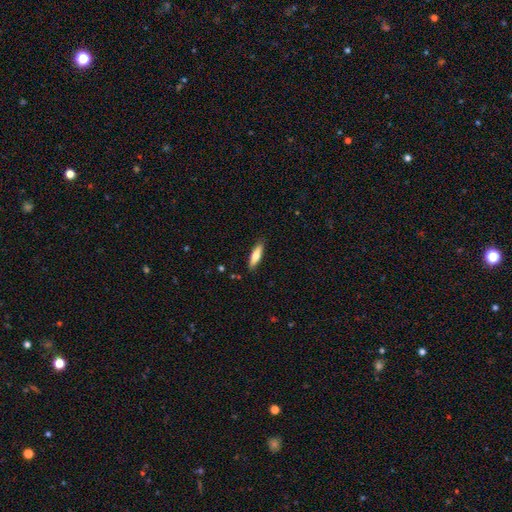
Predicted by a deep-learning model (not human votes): Smooth or featured? Predicted: smooth (p=0.69). How rounded? Predicted: cigar-shaped (p=0.64). Merging? Predicted: none (p=0.88).